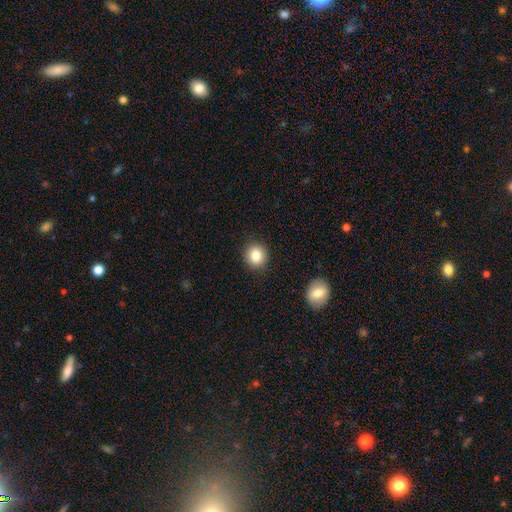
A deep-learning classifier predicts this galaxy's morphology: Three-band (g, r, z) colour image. It shows a smooth galaxy with no disk features (84%) that is round (85%). Merging: none (90%).